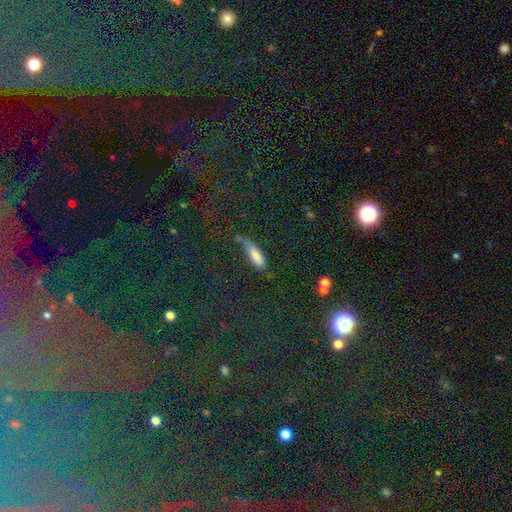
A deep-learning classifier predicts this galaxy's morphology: smooth_or_featured: smooth (p=0.65) [alt: star or artifact p=0.18]
how_rounded: cigar-shaped (p=0.55) [alt: in between p=0.41]
merging: none (p=0.58) [alt: minor disturbance p=0.26]